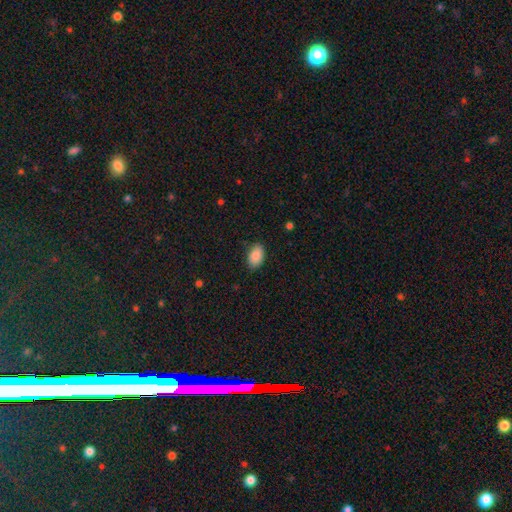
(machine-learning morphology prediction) Q: Smooth or featured?
A: smooth (89%); runner-up: star or artifact (7%)
Q: How rounded?
A: in between (92%); runner-up: round (6%)
Q: Merging?
A: none (84%); runner-up: minor disturbance (13%)